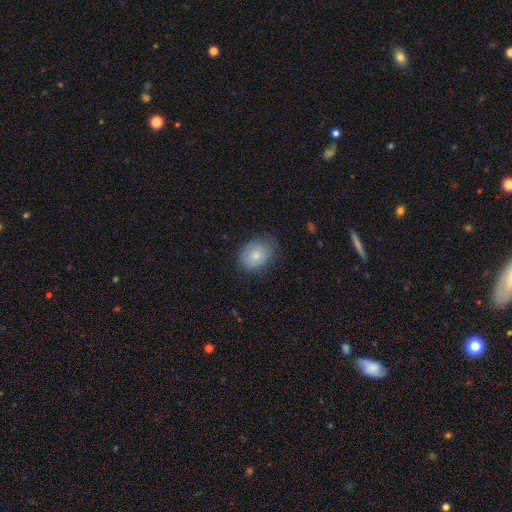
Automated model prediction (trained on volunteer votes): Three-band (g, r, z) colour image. It shows a smooth galaxy with no disk features (81%) that is in between round and cigar-shaped (54%). Merging: none (71%).